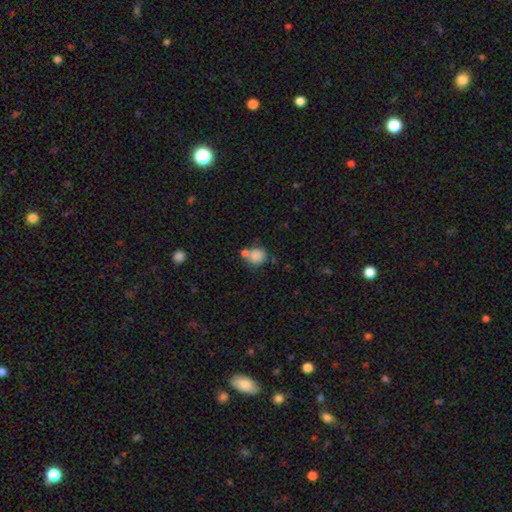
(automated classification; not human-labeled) smooth_or_featured: smooth (p=0.83) [alt: star or artifact p=0.10]
how_rounded: round (p=0.75) [alt: in between p=0.24]
merging: none (p=0.47) [alt: merger p=0.33]